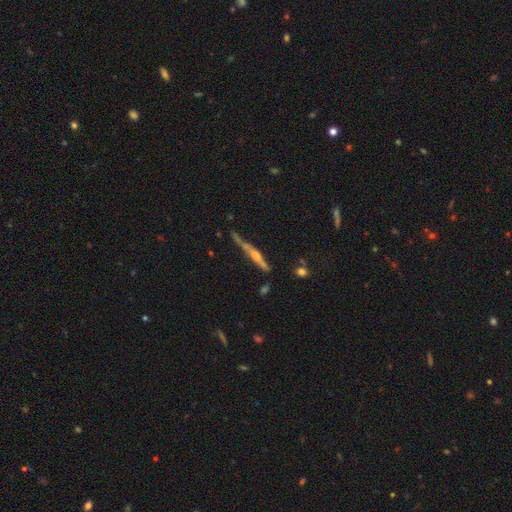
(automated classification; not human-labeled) This is possibly a featured or disk galaxy (58%). It is clearly viewed edge-on (90%). Edge-on bulge: possibly rounded (49%). Merging: possibly none (51%).